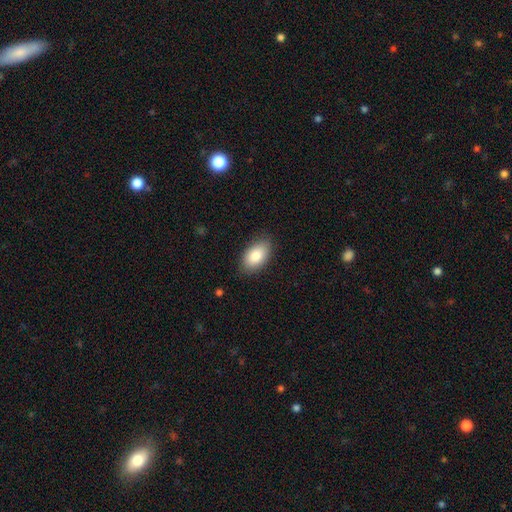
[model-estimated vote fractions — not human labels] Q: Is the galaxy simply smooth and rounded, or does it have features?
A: smooth — 85%.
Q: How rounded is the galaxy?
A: in between — 94%.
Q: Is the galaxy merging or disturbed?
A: none — 84%.